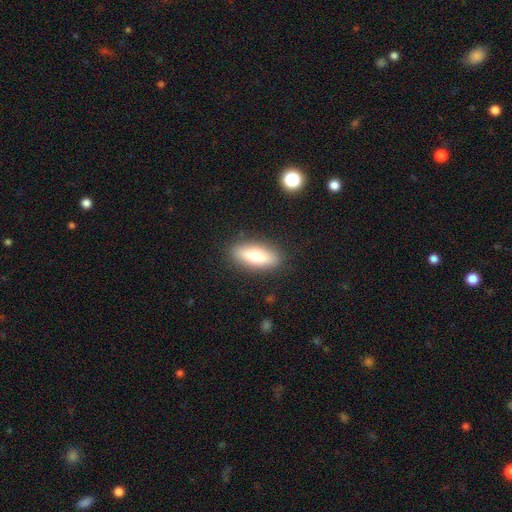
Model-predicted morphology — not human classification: The model was most divided on "how rounded": in between: 65%, cigar-shaped: 33%, round: 3%. More confident: merging — none (87%); smooth or featured — smooth (67%).